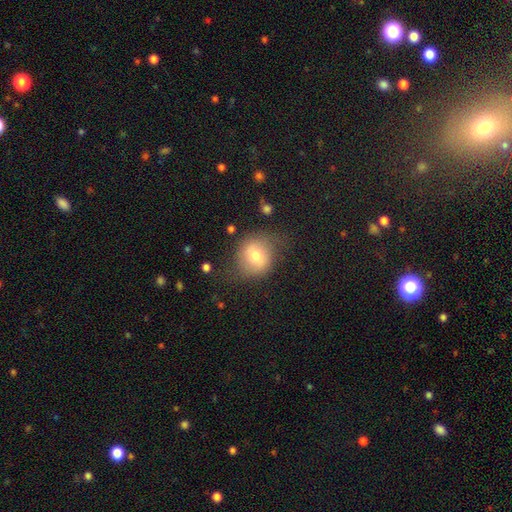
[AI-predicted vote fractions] smooth-or-featured: smooth: 66% | featured or disk: 25% | star or artifact: 9%
  how-rounded: round: 74% | in between: 25% | cigar-shaped: 1%
  merging: none: 64% | minor disturbance: 23% | major disturbance: 11% | merger: 2%